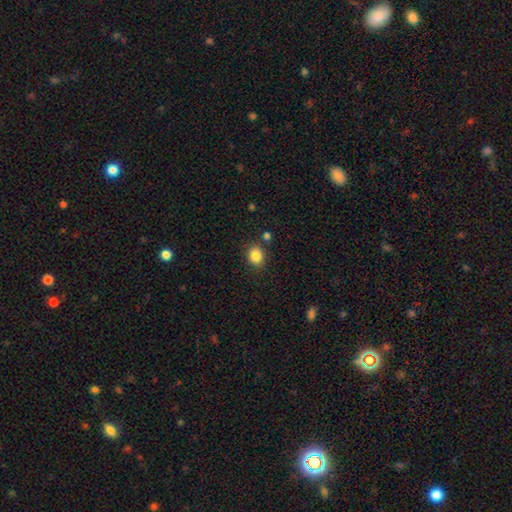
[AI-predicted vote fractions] smooth 85%, star or artifact 10%, featured or disk 5%. Down the decision tree: how rounded — round (55%); merging — none (81%).